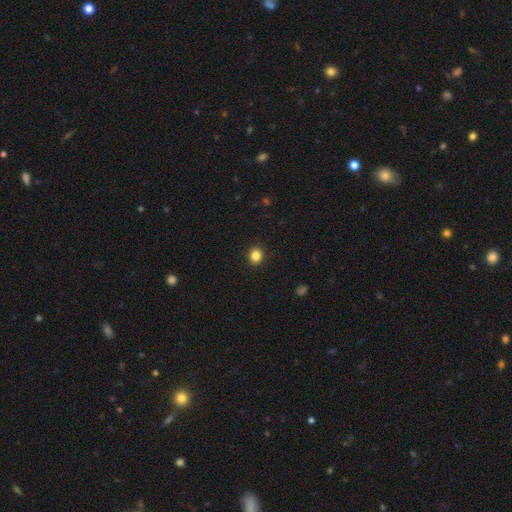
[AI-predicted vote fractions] A smooth galaxy with no disk features (85%) that is round (79%). Merging: none (92%).